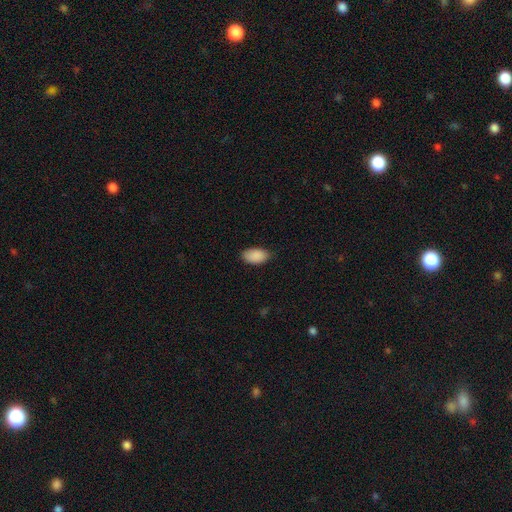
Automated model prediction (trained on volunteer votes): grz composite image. It shows a smooth galaxy with no disk features (90%) that is in between round and cigar-shaped (94%). Merging: none (78%).